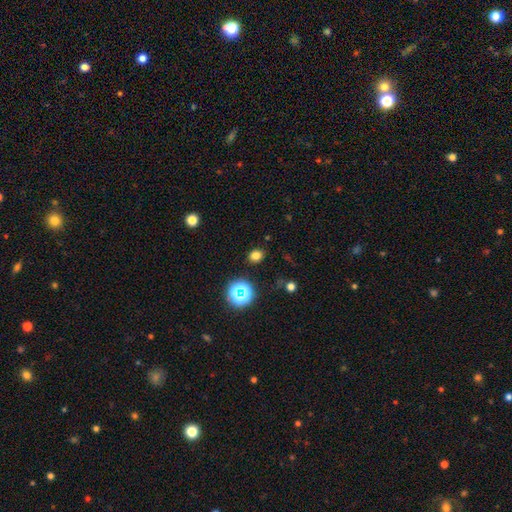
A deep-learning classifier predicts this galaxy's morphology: smooth_or_featured: smooth (p=0.74) [alt: star or artifact p=0.20]
how_rounded: round (p=0.54) [alt: in between p=0.45]
merging: none (p=0.87) [alt: minor disturbance p=0.08]